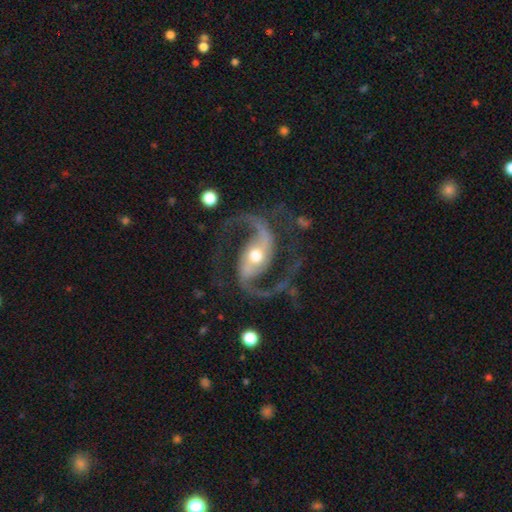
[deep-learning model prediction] Smooth or featured? Predicted: featured or disk (p=0.93). Edge-on disk? Predicted: no (p=0.98). Bar? Predicted: strong (p=0.42). Spiral arms? Predicted: yes (p=0.98). Spiral winding? Predicted: loose (p=0.48). Spiral arm count? Predicted: 2 (p=0.95). Bulge size? Predicted: moderate (p=0.68). Merging? Predicted: none (p=0.77).